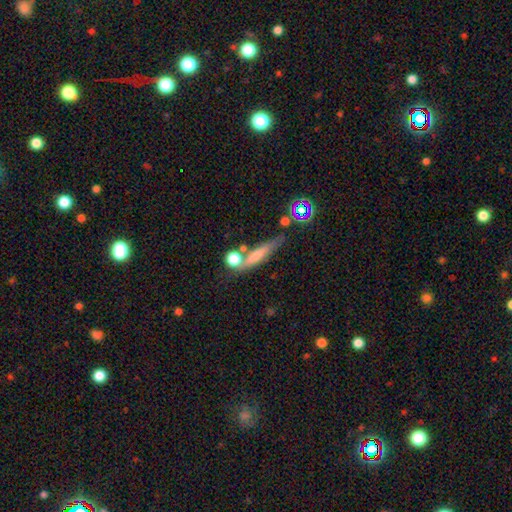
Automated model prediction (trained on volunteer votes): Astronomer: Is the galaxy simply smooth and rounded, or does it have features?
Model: smooth — 60%.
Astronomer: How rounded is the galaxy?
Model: cigar-shaped — 77%.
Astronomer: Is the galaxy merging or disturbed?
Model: none — 58%.